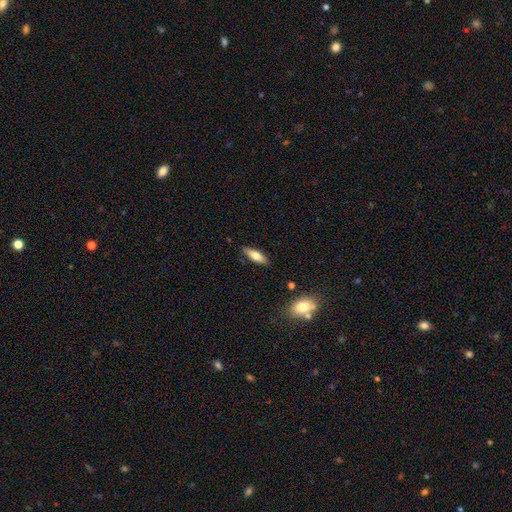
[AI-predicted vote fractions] A smooth galaxy with no disk features (69%) that is in between round and cigar-shaped (53%). Merging: none (85%).